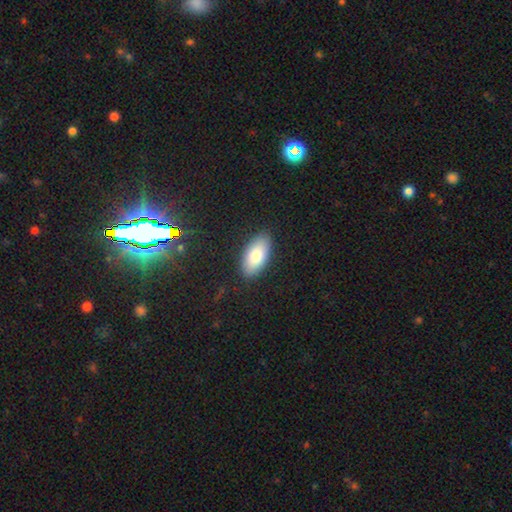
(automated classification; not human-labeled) A smooth galaxy with no disk features (79%) that is in between round and cigar-shaped (92%).

Vote fractions:
- Smooth or featured? smooth: 79% / featured or disk: 14% / star or artifact: 7%
- How rounded? in between: 92% / cigar-shaped: 5% / round: 3%
- Merging? none: 88% / minor disturbance: 9% / major disturbance: 2% / merger: 1%